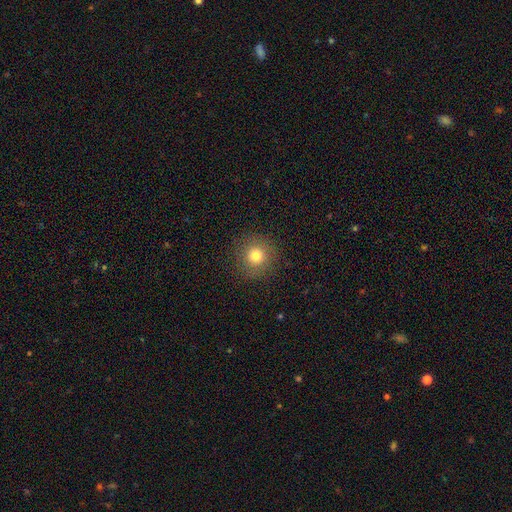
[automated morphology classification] smooth 78%, star or artifact 13%, featured or disk 9%. Down the decision tree: how rounded — round (94%); merging — none (89%).